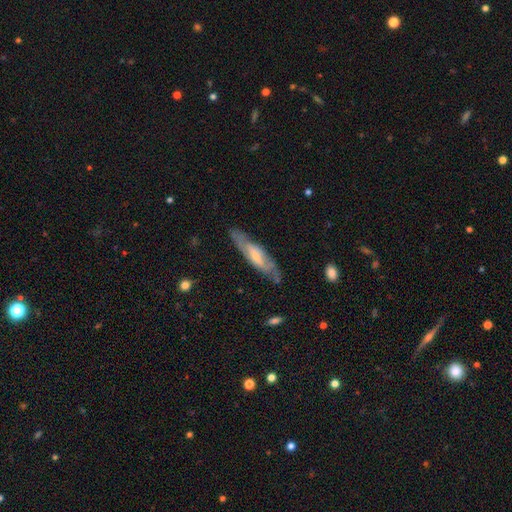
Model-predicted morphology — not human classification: A featured or disk galaxy (65%). Merging: none (76%).